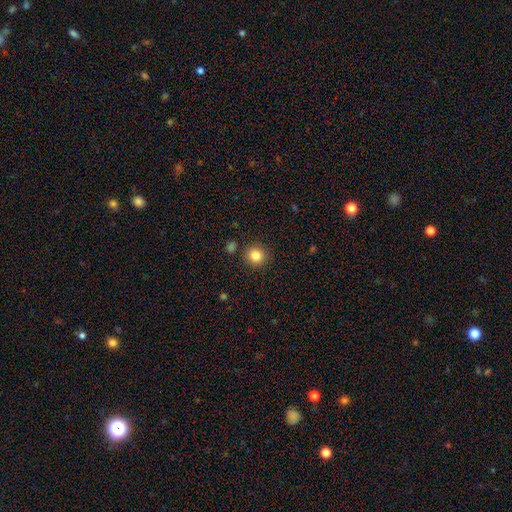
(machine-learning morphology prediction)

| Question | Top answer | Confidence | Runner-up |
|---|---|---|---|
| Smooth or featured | smooth | 84% | star or artifact (11%) |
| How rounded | round | 90% | in between (9%) |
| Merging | none | 88% | minor disturbance (7%) |